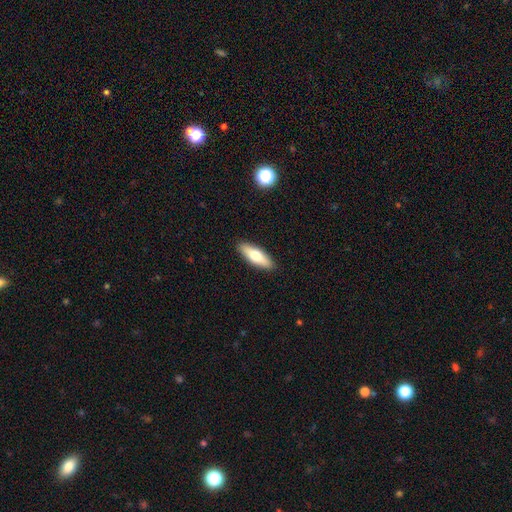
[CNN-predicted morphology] smooth 65%, featured or disk 29%, star or artifact 6%. Down the decision tree: how rounded — in between (57%); merging — none (90%).